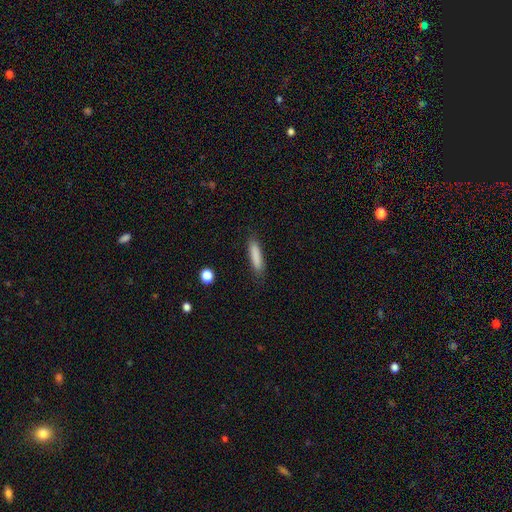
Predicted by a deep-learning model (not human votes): A smooth galaxy with no disk features (85%) that is cigar-shaped (80%).

Vote fractions:
- Smooth or featured? smooth: 85% / featured or disk: 8% / star or artifact: 7%
- How rounded? cigar-shaped: 80% / in between: 19% / round: 1%
- Merging? none: 85% / minor disturbance: 11% / major disturbance: 3% / merger: 1%